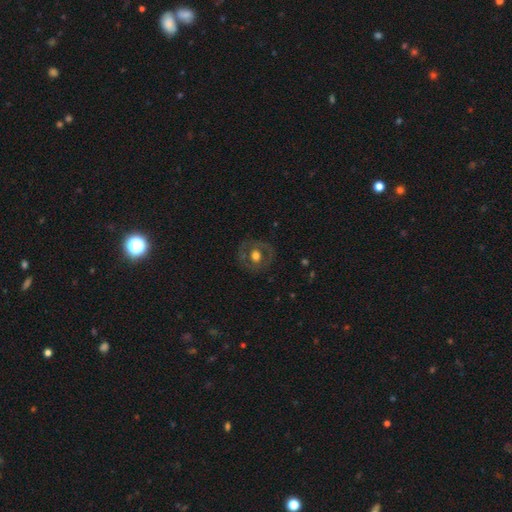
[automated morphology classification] smooth_or_featured: featured or disk (p=0.49) [alt: smooth p=0.42]
merging: none (p=0.81) [alt: minor disturbance p=0.12]